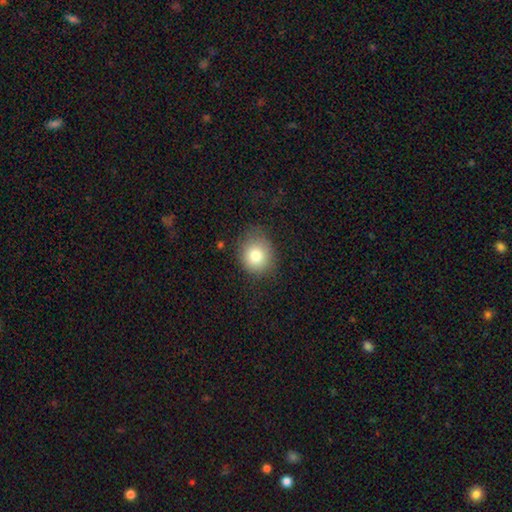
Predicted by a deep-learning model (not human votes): A smooth galaxy with no disk features (80%) that is round (75%). Merging: none (75%).